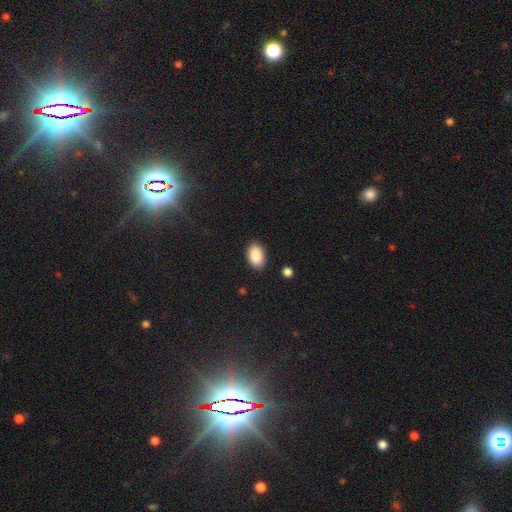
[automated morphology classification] This appears to be a smooth galaxy with no disk features (89%) that is in between round and cigar-shaped (91%). Merging: none (86%).